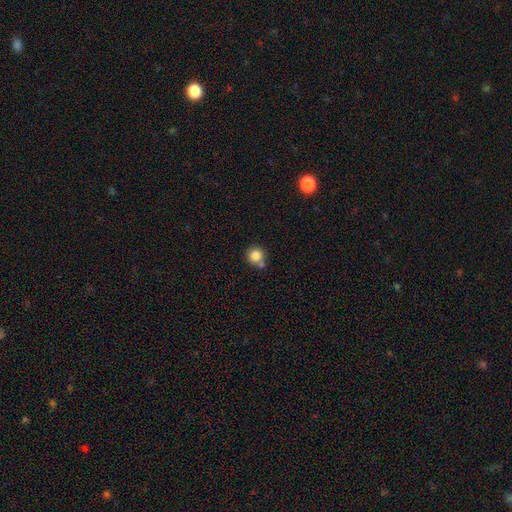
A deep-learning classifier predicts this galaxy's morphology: Q: Smooth or featured?
A: smooth (83%); runner-up: star or artifact (10%)
Q: How rounded?
A: round (92%); runner-up: in between (7%)
Q: Merging?
A: none (61%); runner-up: merger (23%)